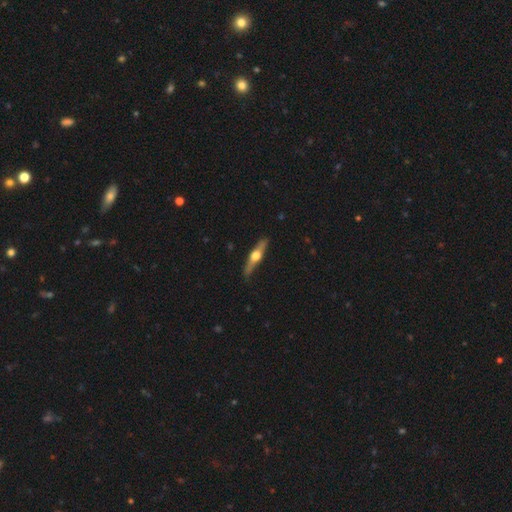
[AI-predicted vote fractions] A featured or disk galaxy (68%) viewed edge-on (96%) with a rounded central bulge (96%).

Vote fractions:
- Smooth or featured? featured or disk: 68% / smooth: 27% / star or artifact: 5%
- Edge-on disk? yes: 96% / no: 4%
- Edge-on bulge? rounded: 96% / boxy: 3% / none: 2%
- Merging? none: 86% / minor disturbance: 11% / major disturbance: 2% / merger: 1%